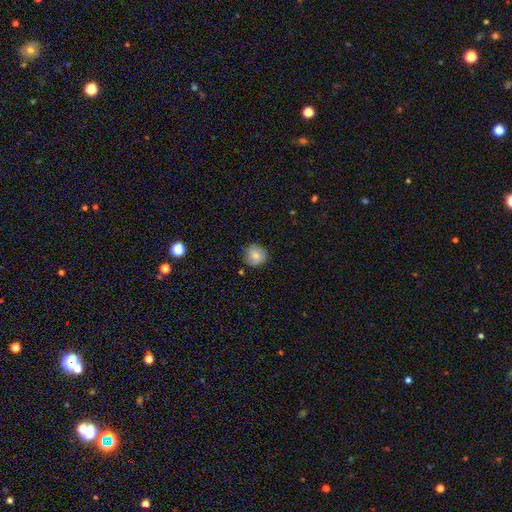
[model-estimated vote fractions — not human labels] smooth-or-featured: smooth: 68% | featured or disk: 24% | star or artifact: 8%
  how-rounded: round: 87% | in between: 12% | cigar-shaped: 1%
  merging: none: 74% | minor disturbance: 20% | major disturbance: 4% | merger: 2%